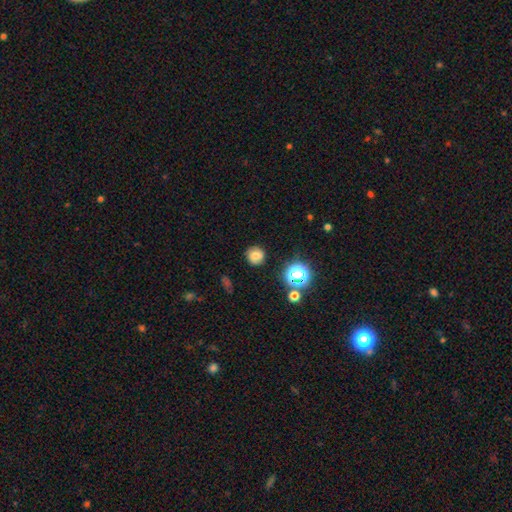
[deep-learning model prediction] Overall: smooth (71%). How rounded: round (89%). Merging: none (86%).